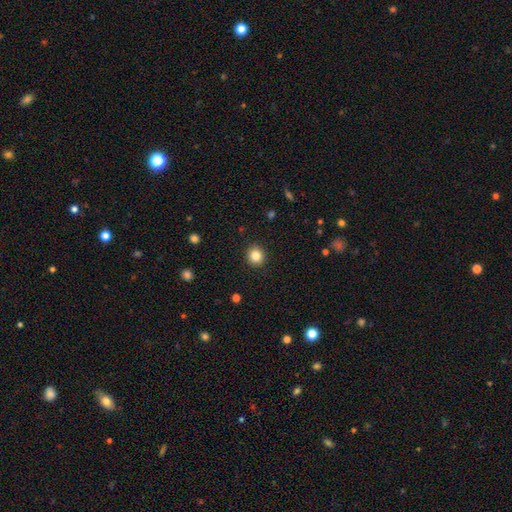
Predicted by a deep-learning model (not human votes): Overall: smooth (83%). How rounded: round (91%). Merging: none (92%).